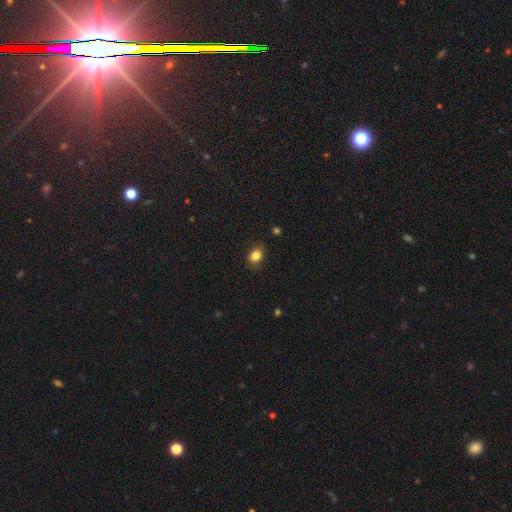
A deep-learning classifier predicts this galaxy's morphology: Smooth or featured?
  - smooth: 84% *
  - star or artifact: 10%
  - featured or disk: 6%
How rounded?
  - in between: 63% *
  - round: 36%
  - cigar-shaped: 1%
Merging?
  - none: 82% *
  - minor disturbance: 14%
  - major disturbance: 3%
  - merger: 1%